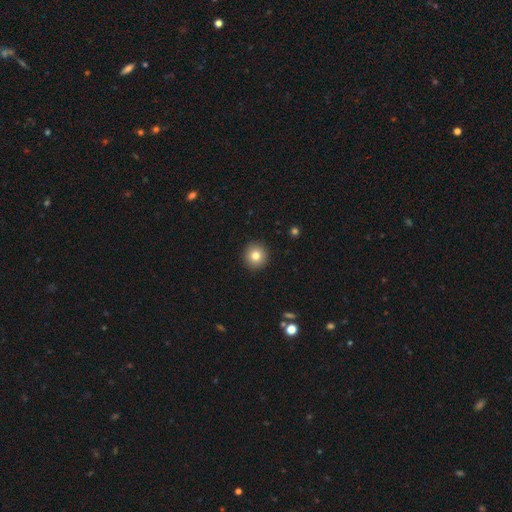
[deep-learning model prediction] A smooth galaxy with no disk features (81%) that is round (94%).

Vote fractions:
- Smooth or featured? smooth: 81% / star or artifact: 10% / featured or disk: 9%
- How rounded? round: 94% / in between: 5% / cigar-shaped: 1%
- Merging? none: 93% / minor disturbance: 5% / major disturbance: 2% / merger: 1%